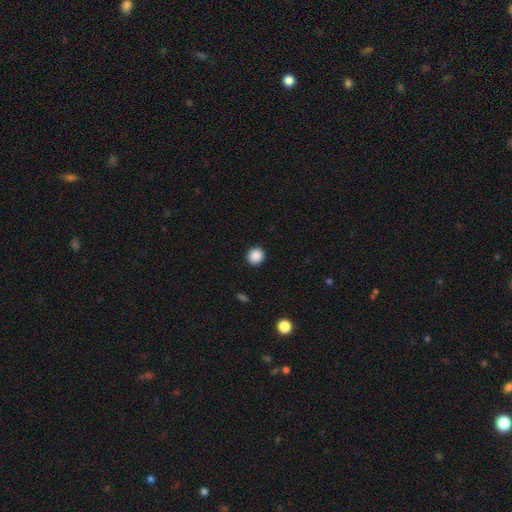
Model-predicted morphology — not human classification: A smooth galaxy with no disk features (88%) that is round (89%).

Vote fractions:
- Smooth or featured? smooth: 88% / star or artifact: 9% / featured or disk: 3%
- How rounded? round: 89% / in between: 10% / cigar-shaped: 1%
- Merging? none: 92% / minor disturbance: 5% / major disturbance: 2% / merger: 1%